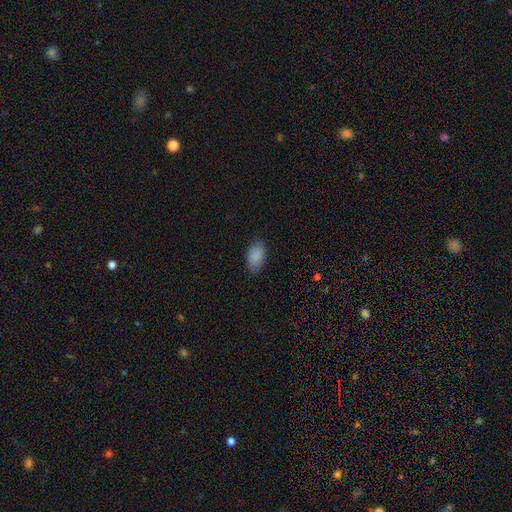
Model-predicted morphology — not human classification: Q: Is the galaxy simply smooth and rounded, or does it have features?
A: smooth — 89%.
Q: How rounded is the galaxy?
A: in between — 93%.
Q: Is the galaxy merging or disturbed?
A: none — 84%.